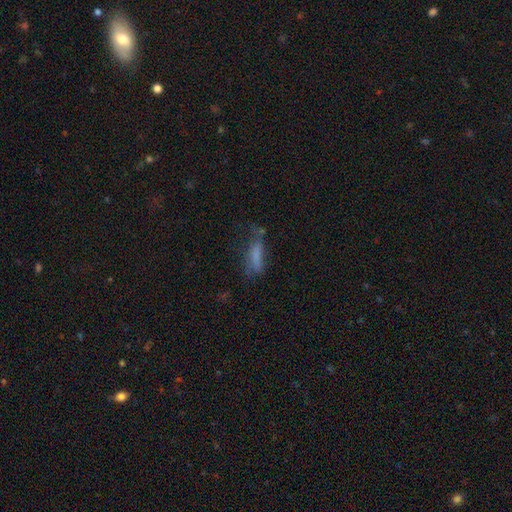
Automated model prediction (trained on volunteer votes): smooth_or_featured: smooth (p=0.63) [alt: featured or disk p=0.24]
how_rounded: cigar-shaped (p=0.53) [alt: in between p=0.44]
merging: none (p=0.39) [alt: major disturbance p=0.28]